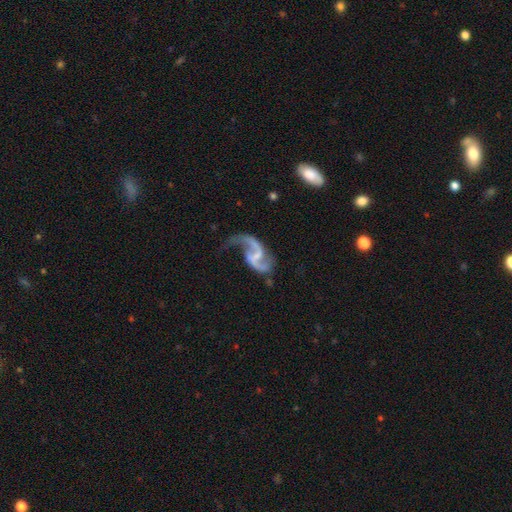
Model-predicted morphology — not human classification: This appears to be a featured or disk galaxy (90%) with a weak bar (50%), 2 (88%) loose (79%) spiral arms (95%) and a small central bulge (43%). Merging: none (51%).